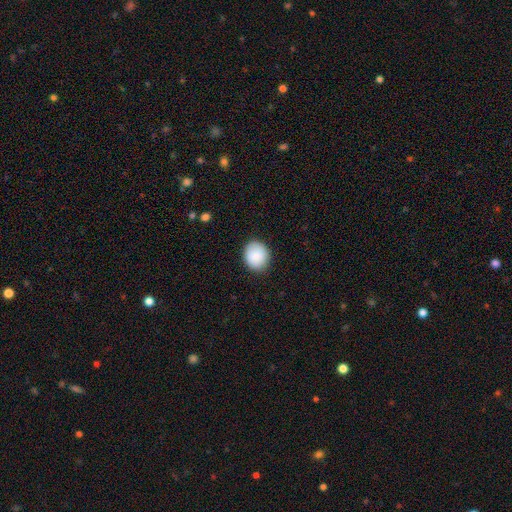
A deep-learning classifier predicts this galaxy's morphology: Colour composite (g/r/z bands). It shows a smooth galaxy with no disk features (88%) that is round (65%). Merging: none (86%).